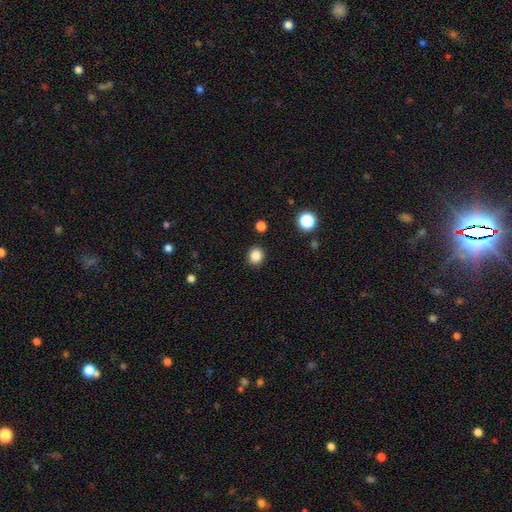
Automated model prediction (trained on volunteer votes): smooth-or-featured: smooth: 84% | star or artifact: 11% | featured or disk: 4%
  how-rounded: round: 82% | in between: 17% | cigar-shaped: 1%
  merging: none: 91% | minor disturbance: 6% | major disturbance: 2% | merger: 2%